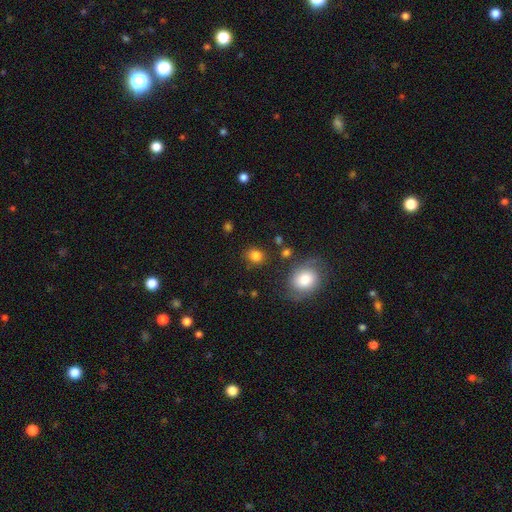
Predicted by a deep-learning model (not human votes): smooth-or-featured: smooth: 83% | star or artifact: 11% | featured or disk: 6%
  how-rounded: round: 69% | in between: 30% | cigar-shaped: 1%
  merging: none: 82% | minor disturbance: 10% | merger: 4% | major disturbance: 4%